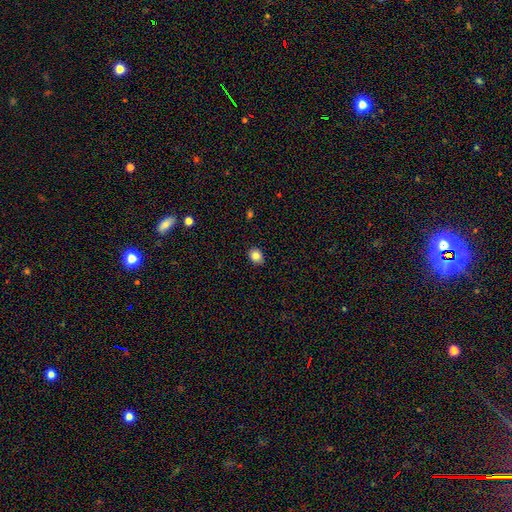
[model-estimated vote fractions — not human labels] smooth-or-featured: smooth: 84% | star or artifact: 10% | featured or disk: 6%
  how-rounded: round: 51% | in between: 48% | cigar-shaped: 1%
  merging: none: 88% | minor disturbance: 9% | major disturbance: 2% | merger: 1%